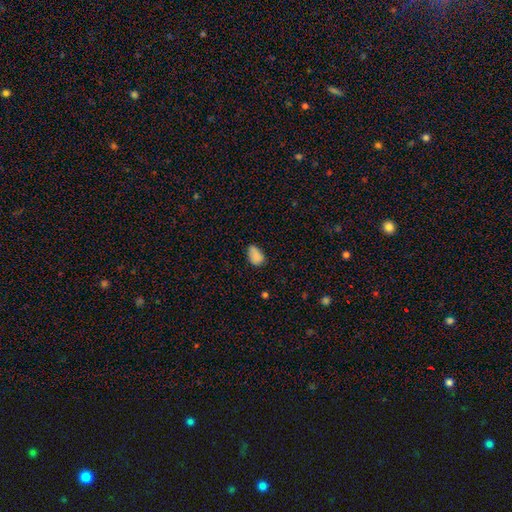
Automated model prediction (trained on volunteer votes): A smooth galaxy with no disk features (85%) that is in between round and cigar-shaped (87%). Merging: none (57%).